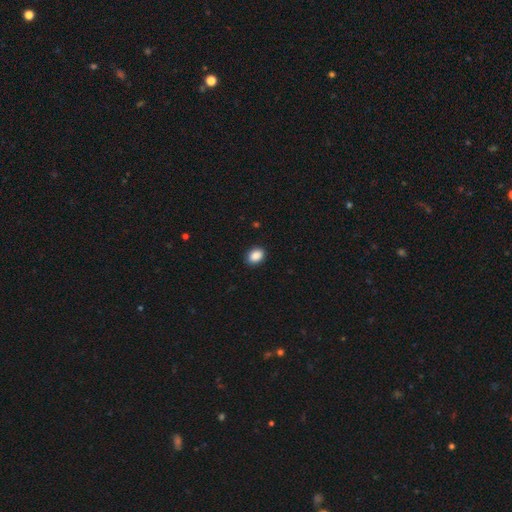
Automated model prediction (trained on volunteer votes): Overall: smooth (89%). How rounded: in between (68%; round 31%). Merging: none (90%).